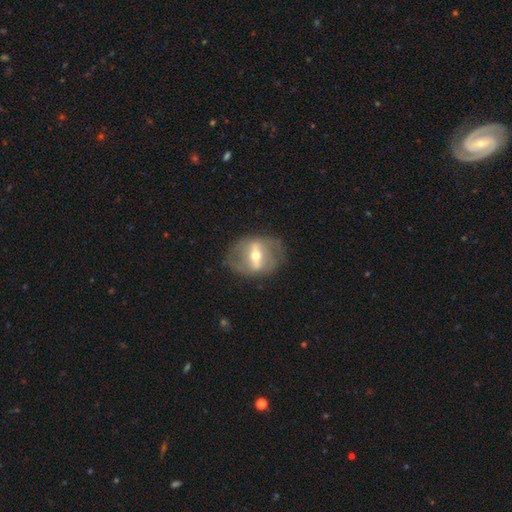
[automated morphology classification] smooth-or-featured: featured or disk: 75% | smooth: 18% | star or artifact: 7%
  disk-edge-on: no: 85% | yes: 15%
    bar: strong: 69% | weak: 23% | no: 8%
    has-spiral-arms: no: 58% | yes: 42%
    bulge-size: moderate: 64% | small: 28% | large: 6% | dominant: 1% | none: 1%
  merging: none: 74% | minor disturbance: 16% | major disturbance: 9% | merger: 1%